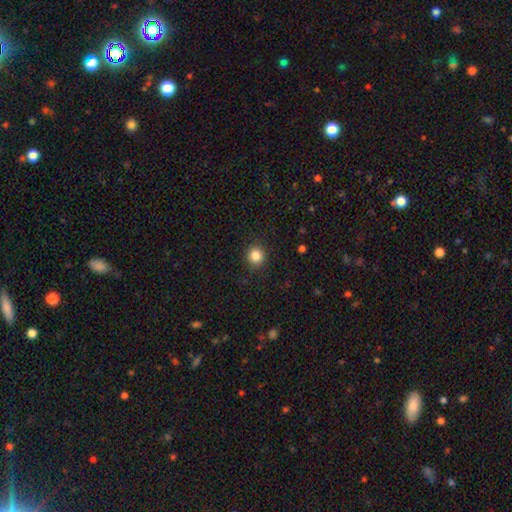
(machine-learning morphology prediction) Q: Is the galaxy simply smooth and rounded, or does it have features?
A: smooth — 84%.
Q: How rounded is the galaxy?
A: round — 92%.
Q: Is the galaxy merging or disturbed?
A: none — 90%.